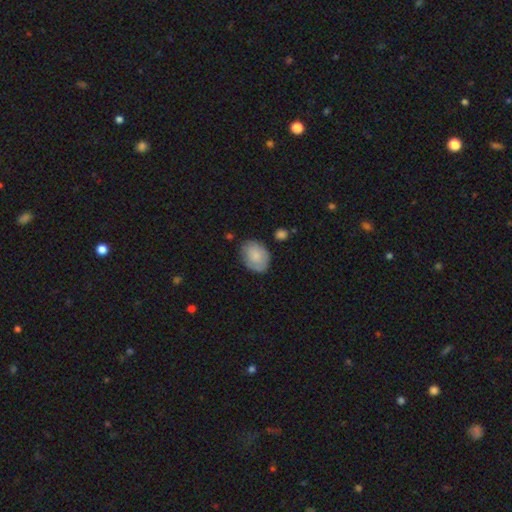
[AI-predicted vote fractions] Q: Smooth or featured?
A: smooth (78%); runner-up: featured or disk (16%)
Q: How rounded?
A: in between (70%); runner-up: round (29%)
Q: Merging?
A: none (72%); runner-up: minor disturbance (20%)